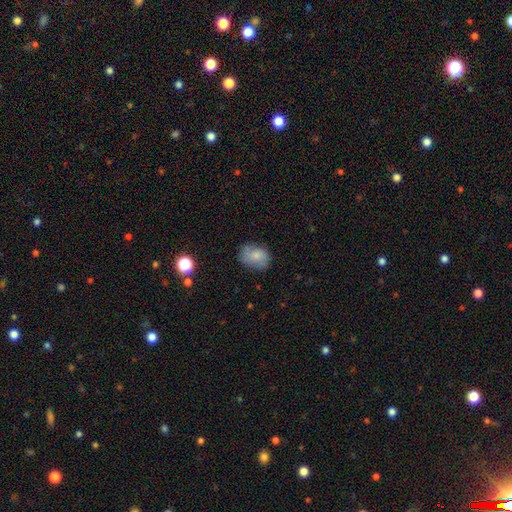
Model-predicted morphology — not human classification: smooth-or-featured: smooth: 72% | featured or disk: 19% | star or artifact: 9%
  how-rounded: in between: 68% | round: 31% | cigar-shaped: 1%
  merging: none: 63% | minor disturbance: 27% | major disturbance: 8% | merger: 2%